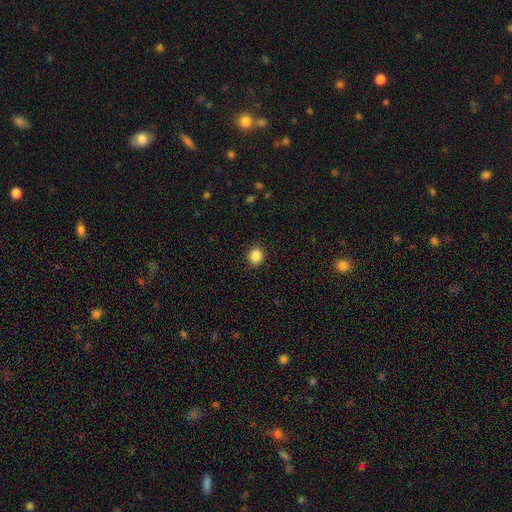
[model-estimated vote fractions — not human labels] This is clearly a smooth galaxy (87%). How rounded: likely round (71%). Merging: clearly none (89%).